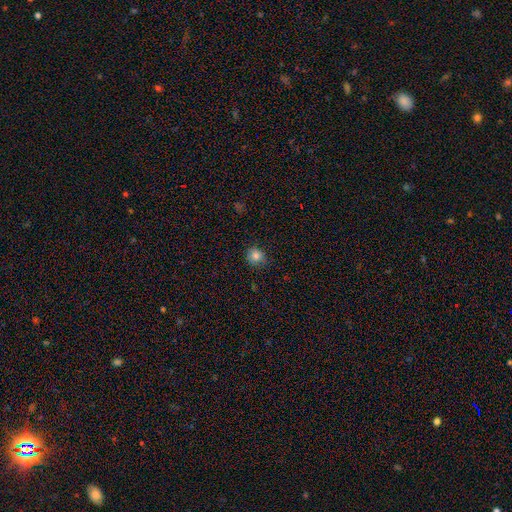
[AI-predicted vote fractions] Smooth or featured? smooth (83%)
How rounded? round (89%)
Merging? none (85%)